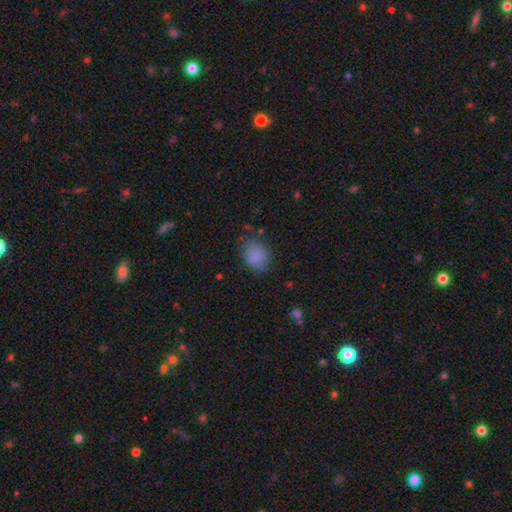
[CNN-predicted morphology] smooth 85%, star or artifact 9%, featured or disk 6%. Down the decision tree: how rounded — round (62%); merging — none (74%).